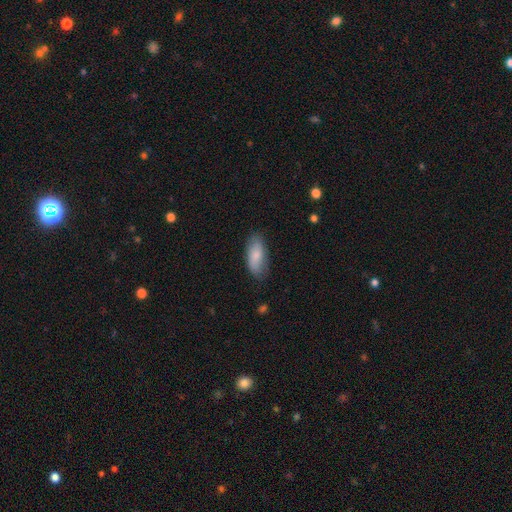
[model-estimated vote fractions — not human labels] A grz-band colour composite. It shows a smooth galaxy with no disk features (80%) that is in between round and cigar-shaped (86%). Merging: none (77%).